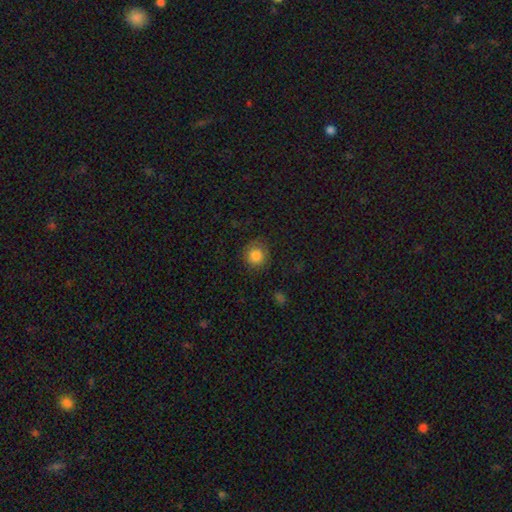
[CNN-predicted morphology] smooth-or-featured: smooth: 84% | star or artifact: 10% | featured or disk: 6%
  how-rounded: round: 91% | in between: 8% | cigar-shaped: 1%
  merging: none: 80% | minor disturbance: 14% | major disturbance: 5% | merger: 1%